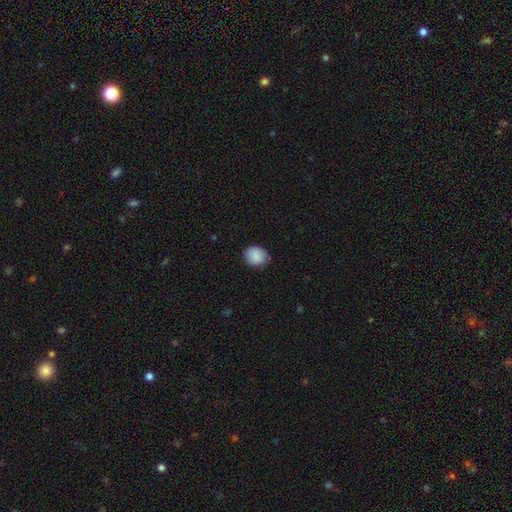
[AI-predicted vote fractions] A smooth galaxy with no disk features (88%) that is round (66%).

Vote fractions:
- Smooth or featured? smooth: 88% / star or artifact: 7% / featured or disk: 5%
- How rounded? round: 66% / in between: 33% / cigar-shaped: 1%
- Merging? none: 81% / minor disturbance: 15% / major disturbance: 3% / merger: 1%